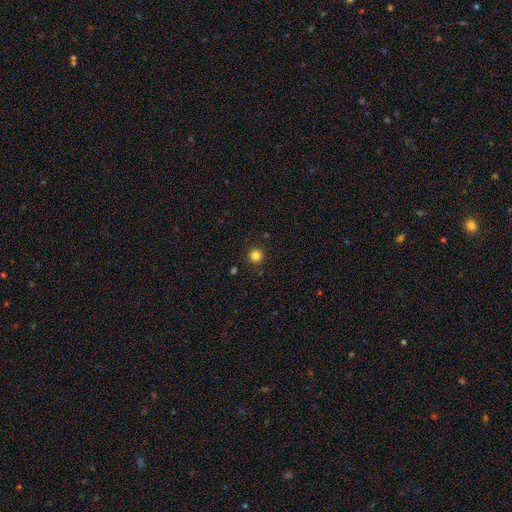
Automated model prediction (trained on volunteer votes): Morphology: type=smooth (83%); roundness=round (96%); merging=none (92%).